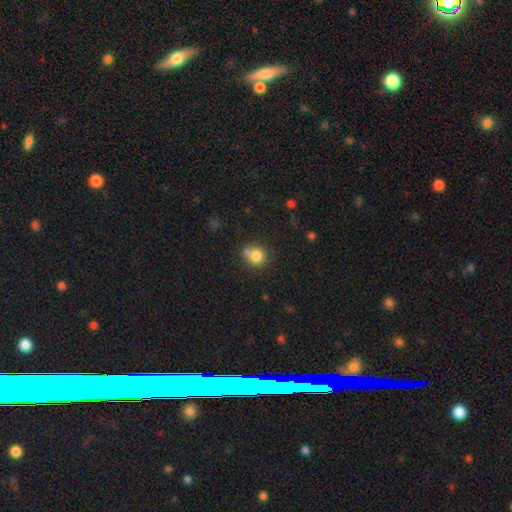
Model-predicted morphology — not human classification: This appears to be a smooth galaxy with no disk features (81%) that is round (85%). Merging: none (60%).